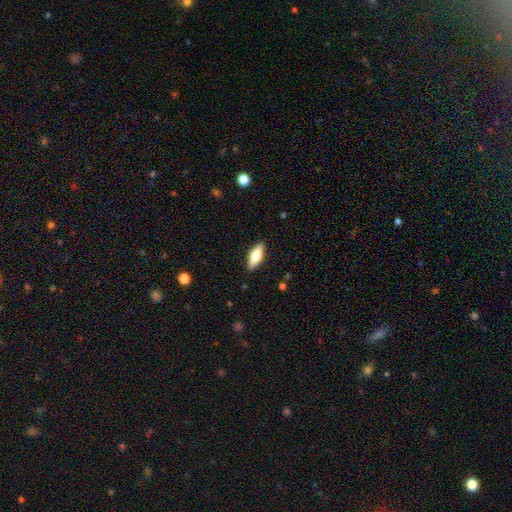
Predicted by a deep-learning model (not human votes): Smooth or featured? Predicted: smooth (p=0.60). How rounded? Predicted: in between (p=0.67). Merging? Predicted: none (p=0.88).